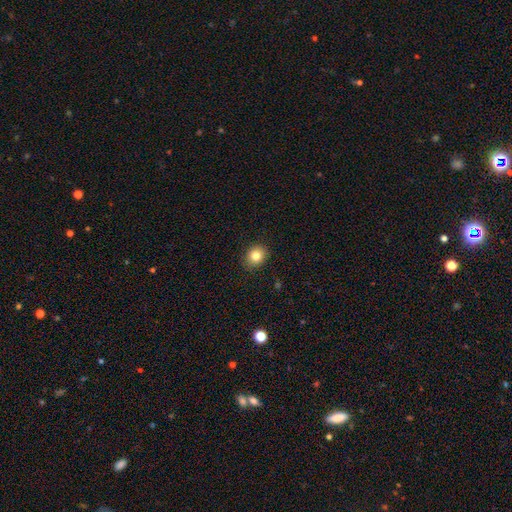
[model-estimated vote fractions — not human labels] Smooth or featured? Predicted: smooth (p=0.81). How rounded? Predicted: round (p=0.68). Merging? Predicted: none (p=0.90).